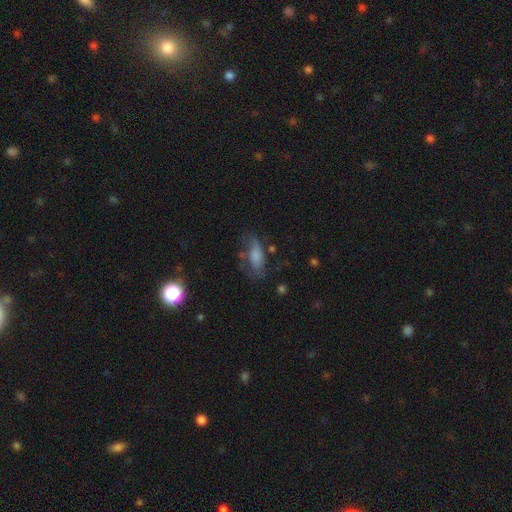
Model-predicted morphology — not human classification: smooth_or_featured: smooth (p=0.60) [alt: featured or disk p=0.30]
how_rounded: in between (p=0.82) [alt: cigar-shaped p=0.13]
merging: none (p=0.42) [alt: minor disturbance p=0.28]